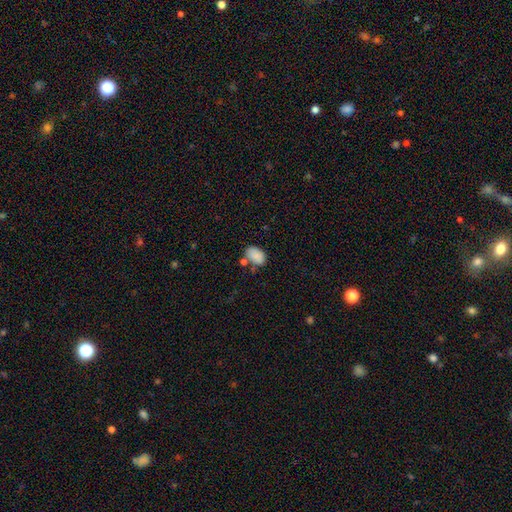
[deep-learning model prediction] Morphology: type=smooth (86%); roundness=in between (87%); merging=none (63%).